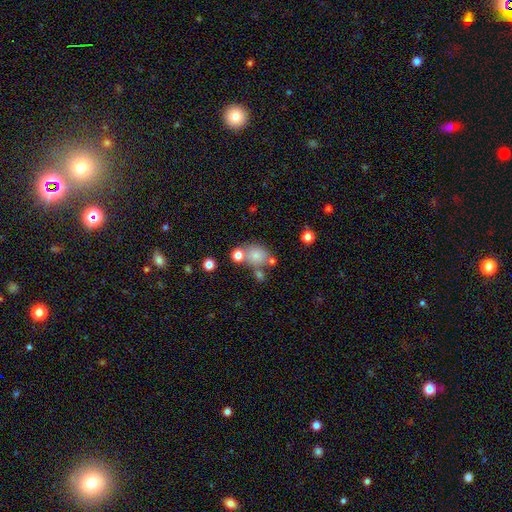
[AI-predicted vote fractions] Smooth or featured? smooth (75%)
How rounded? round (52%)
Merging? none (56%)